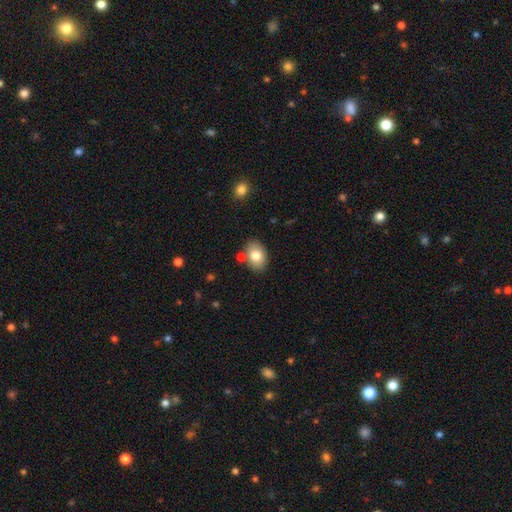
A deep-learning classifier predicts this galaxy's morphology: A smooth galaxy with no disk features (79%) that is in between round and cigar-shaped (79%).

Vote fractions:
- Smooth or featured? smooth: 79% / featured or disk: 13% / star or artifact: 8%
- How rounded? in between: 79% / round: 20% / cigar-shaped: 1%
- Merging? none: 78% / minor disturbance: 12% / merger: 7% / major disturbance: 3%